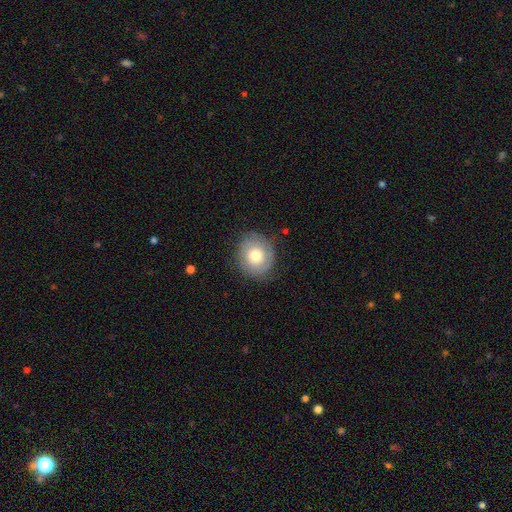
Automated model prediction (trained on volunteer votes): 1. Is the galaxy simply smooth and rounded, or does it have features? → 59% smooth, 33% featured or disk, 8% star or artifact.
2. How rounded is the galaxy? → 84% round, 15% in between, 1% cigar-shaped.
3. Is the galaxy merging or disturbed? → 80% none, 14% minor disturbance, 5% major disturbance, 1% merger.